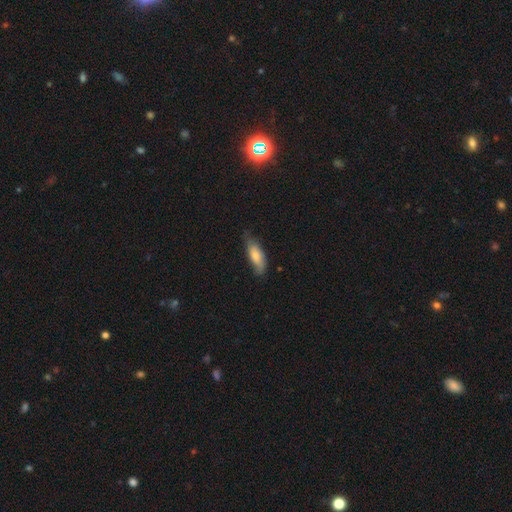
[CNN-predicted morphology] Smooth or featured?
  - smooth: 73% *
  - featured or disk: 21%
  - star or artifact: 6%
How rounded?
  - in between: 68% *
  - cigar-shaped: 30%
  - round: 2%
Merging?
  - none: 60% *
  - minor disturbance: 32%
  - major disturbance: 7%
  - merger: 2%